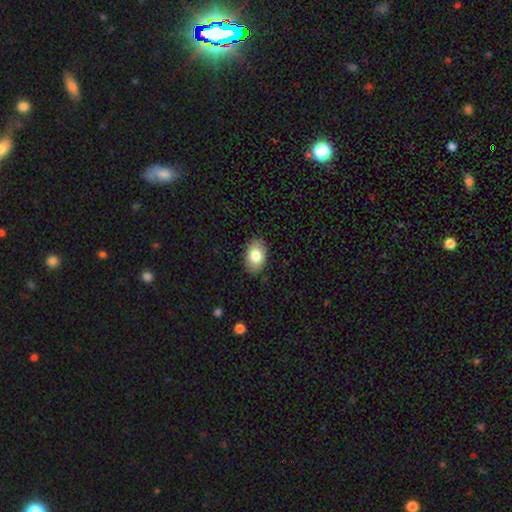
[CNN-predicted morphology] Q: Smooth or featured?
A: smooth (81%); runner-up: featured or disk (12%)
Q: How rounded?
A: in between (87%); runner-up: round (12%)
Q: Merging?
A: none (87%); runner-up: minor disturbance (10%)